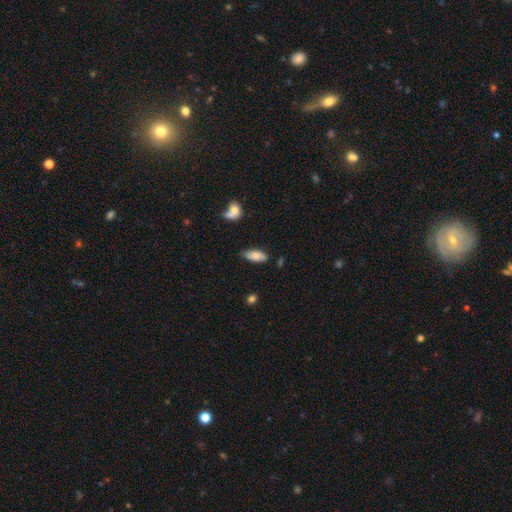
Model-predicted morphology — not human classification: type=smooth (82%); roundness=in between (82%); merging=none (71%).